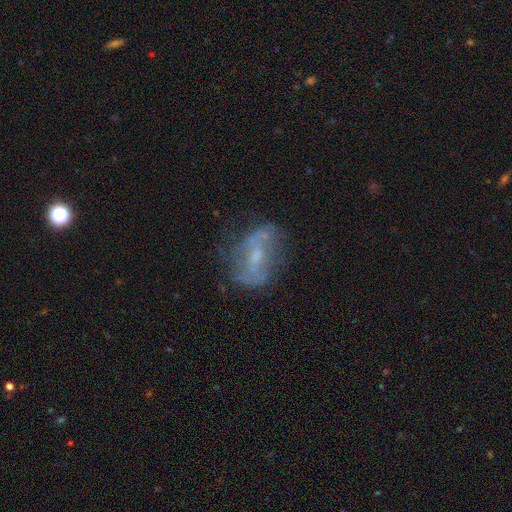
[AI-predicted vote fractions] This is likely a featured or disk galaxy (67%). It is clearly not viewed edge-on (94%). Bar: marginally weak (42%). Spiral arm pattern: likely yes (65%). Central bulge: possibly small (50%). Merging: possibly none (58%).